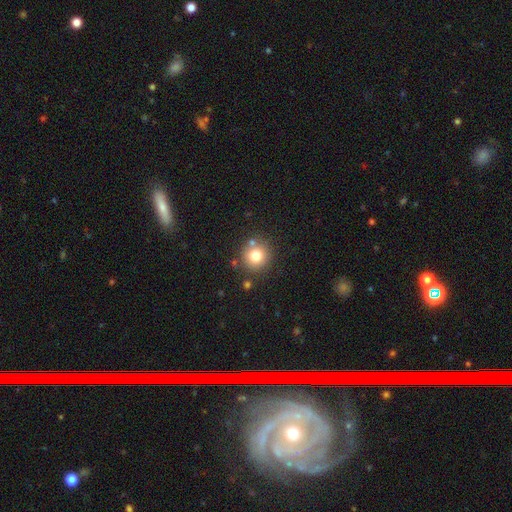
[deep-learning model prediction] Smooth or featured? Predicted: smooth (p=0.78). How rounded? Predicted: round (p=0.91). Merging? Predicted: none (p=0.80).